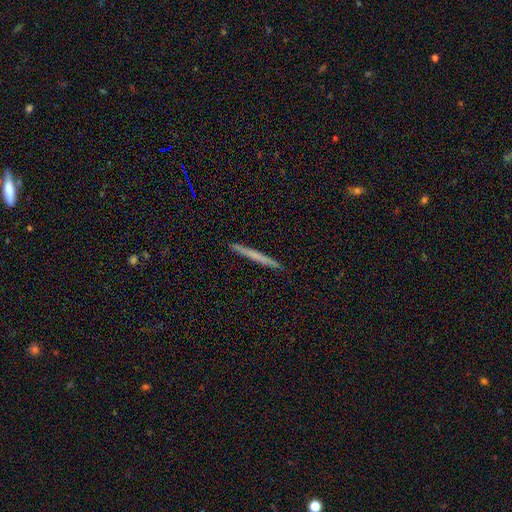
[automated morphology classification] Smooth or featured? Predicted: smooth (p=0.57). How rounded? Predicted: cigar-shaped (p=0.97). Merging? Predicted: none (p=0.93).